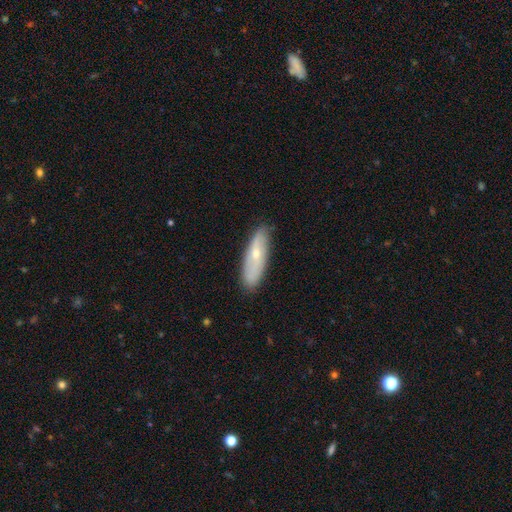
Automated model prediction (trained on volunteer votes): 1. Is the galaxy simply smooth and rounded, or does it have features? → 48% smooth, 46% featured or disk, 7% star or artifact.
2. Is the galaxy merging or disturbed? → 83% none, 13% minor disturbance, 2% major disturbance, 1% merger.